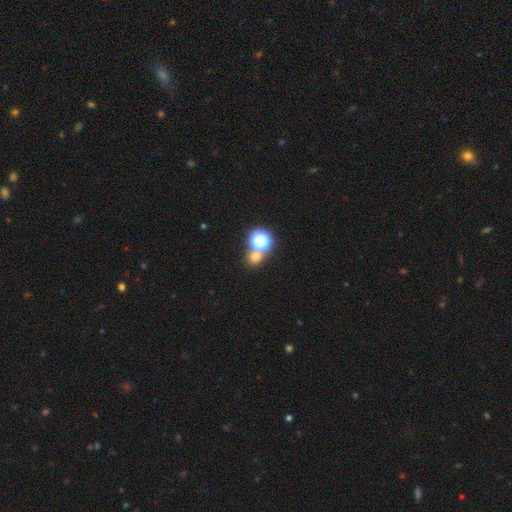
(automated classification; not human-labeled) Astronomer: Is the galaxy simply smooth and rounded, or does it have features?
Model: smooth — 60%.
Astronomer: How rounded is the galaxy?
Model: round — 81%.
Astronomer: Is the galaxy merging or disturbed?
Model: none — 62%.